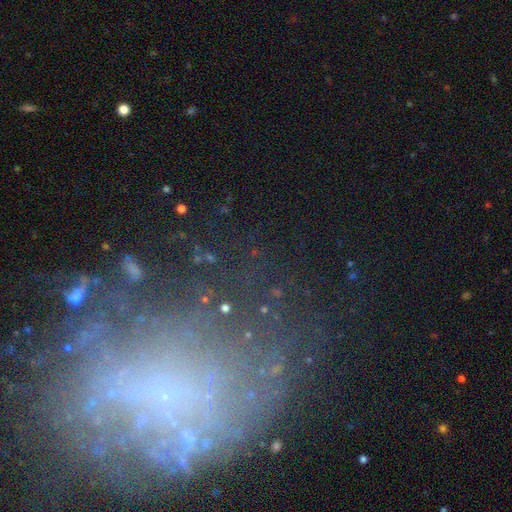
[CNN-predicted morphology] Smooth or featured?
  - featured or disk: 46% *
  - star or artifact: 31%
  - smooth: 24%
Merging?
  - none: 61% *
  - major disturbance: 19%
  - minor disturbance: 17%
  - merger: 4%